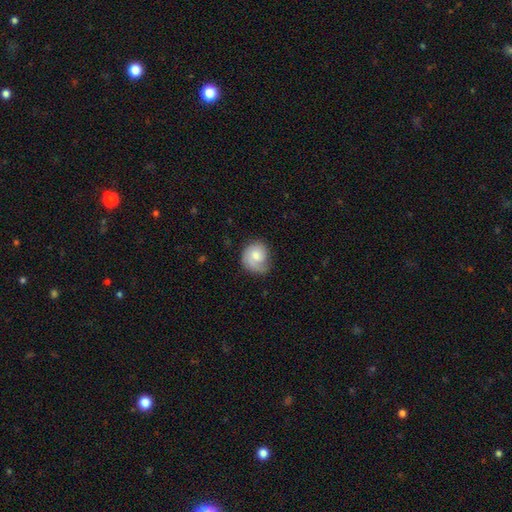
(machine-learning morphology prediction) smooth-or-featured: smooth: 57% | featured or disk: 37% | star or artifact: 7%
  how-rounded: round: 76% | in between: 23% | cigar-shaped: 1%
  merging: none: 55% | minor disturbance: 29% | major disturbance: 14% | merger: 2%